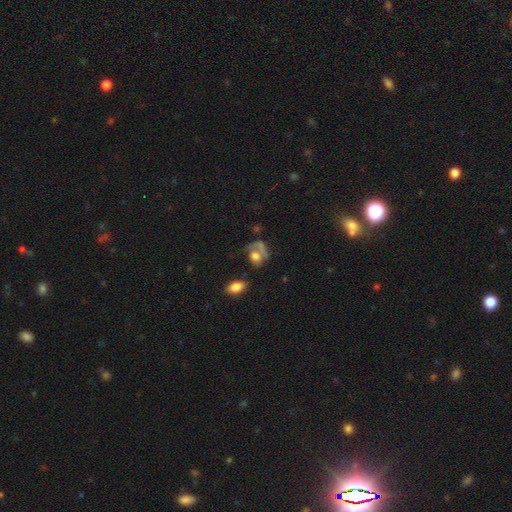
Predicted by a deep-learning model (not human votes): Smooth or featured? smooth (55%)
How rounded? in between (57%)
Merging? major disturbance (32%)